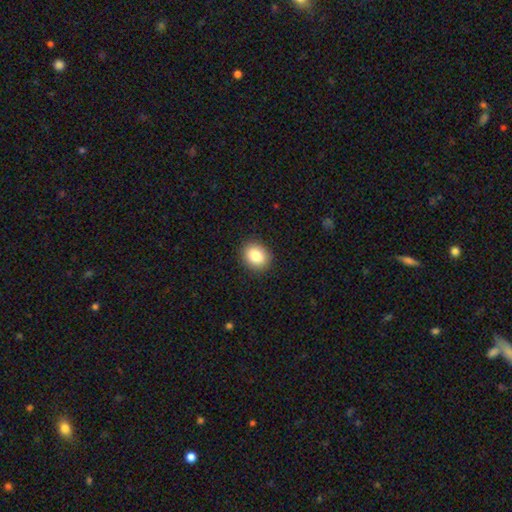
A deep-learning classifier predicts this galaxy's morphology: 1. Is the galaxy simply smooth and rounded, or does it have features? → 85% smooth, 9% star or artifact, 6% featured or disk.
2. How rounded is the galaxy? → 58% round, 41% in between, 1% cigar-shaped.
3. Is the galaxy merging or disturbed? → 90% none, 7% minor disturbance, 2% major disturbance, 1% merger.